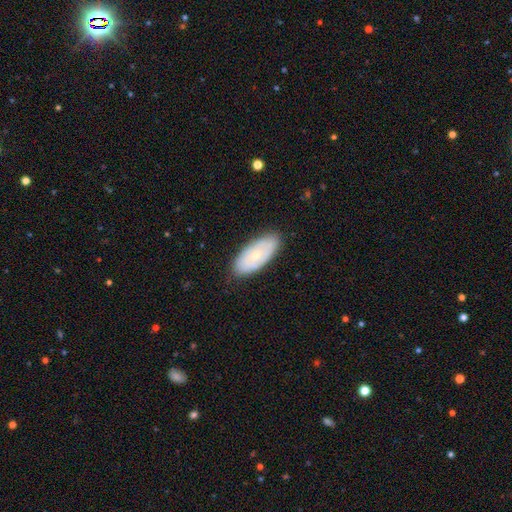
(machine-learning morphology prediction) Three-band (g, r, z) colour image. It shows a smooth galaxy with no disk features (51%) that is in between round and cigar-shaped (89%). Merging: none (82%).